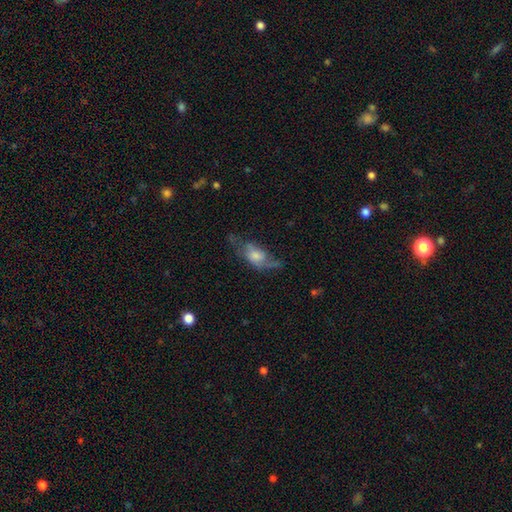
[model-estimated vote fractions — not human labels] A featured or disk galaxy (47%). Merging: none (40%).